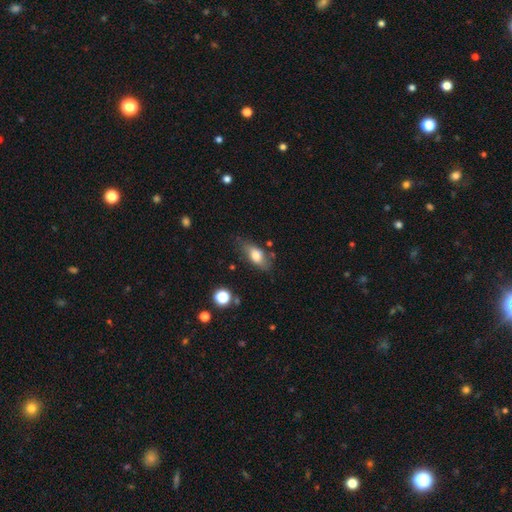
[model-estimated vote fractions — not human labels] Overall: smooth (70%). How rounded: in between (82%). Merging: none (63%; minor disturbance 25%).